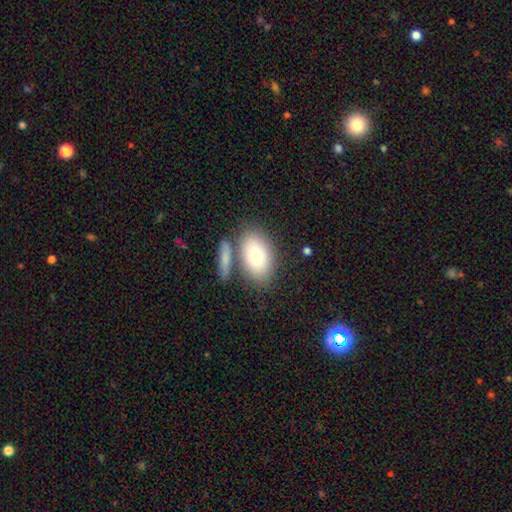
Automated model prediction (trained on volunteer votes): Morphology: type=smooth (73%); roundness=in between (84%); merging=none (68%).